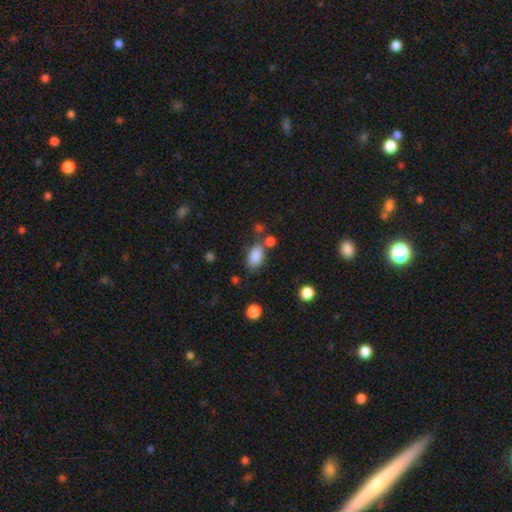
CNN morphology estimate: smooth-or-featured: smooth: 86% | star or artifact: 9% | featured or disk: 5%
  how-rounded: in between: 91% | round: 6% | cigar-shaped: 3%
  merging: none: 62% | minor disturbance: 17% | merger: 15% | major disturbance: 6%